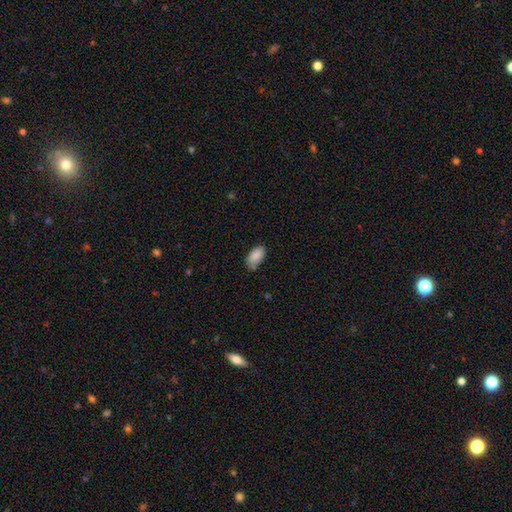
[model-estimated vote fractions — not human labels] Overall: smooth (88%). How rounded: in between (94%). Merging: none (73%).